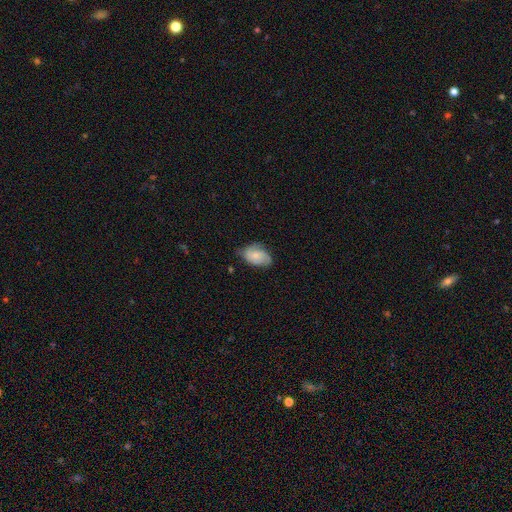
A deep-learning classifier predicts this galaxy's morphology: Smooth or featured? featured or disk (49%)
Merging? none (63%)